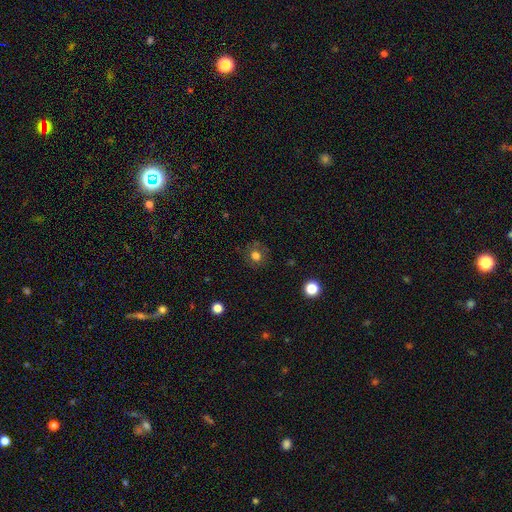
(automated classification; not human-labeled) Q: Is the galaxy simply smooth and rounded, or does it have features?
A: smooth — 73%.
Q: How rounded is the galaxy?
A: round — 83%.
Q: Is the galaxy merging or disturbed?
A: none — 78%.